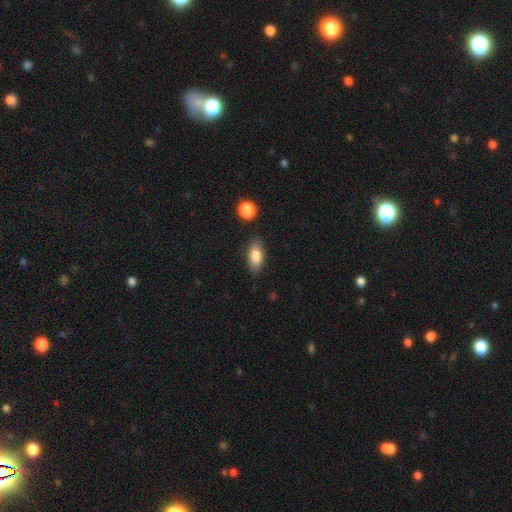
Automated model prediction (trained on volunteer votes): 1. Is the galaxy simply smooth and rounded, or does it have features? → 83% smooth, 10% featured or disk, 7% star or artifact.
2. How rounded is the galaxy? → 85% in between, 12% cigar-shaped, 3% round.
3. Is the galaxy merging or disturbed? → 82% none, 12% minor disturbance, 3% merger, 3% major disturbance.